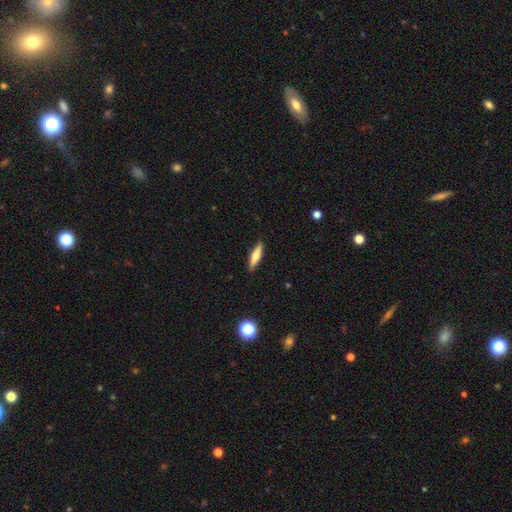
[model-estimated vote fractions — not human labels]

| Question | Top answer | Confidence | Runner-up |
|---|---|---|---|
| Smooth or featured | smooth | 63% | featured or disk (31%) |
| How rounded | cigar-shaped | 76% | in between (22%) |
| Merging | none | 89% | minor disturbance (8%) |